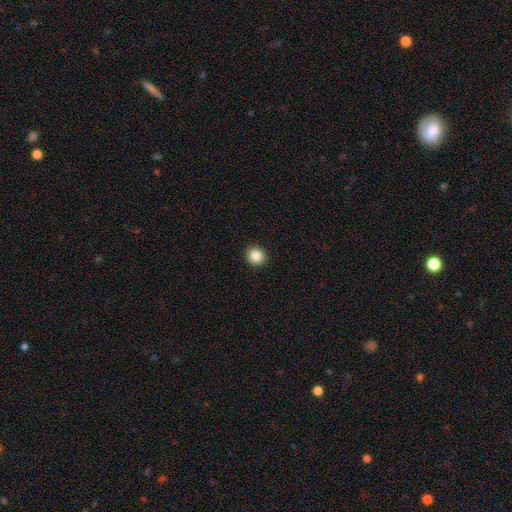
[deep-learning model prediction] Smooth or featured? Predicted: smooth (p=0.87). How rounded? Predicted: round (p=0.91). Merging? Predicted: none (p=0.92).